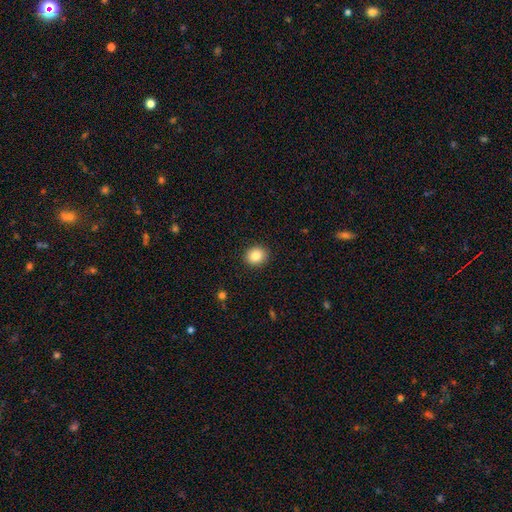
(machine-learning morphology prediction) smooth_or_featured: smooth (p=0.84) [alt: star or artifact p=0.09]
how_rounded: round (p=0.71) [alt: in between p=0.28]
merging: none (p=0.91) [alt: minor disturbance p=0.06]